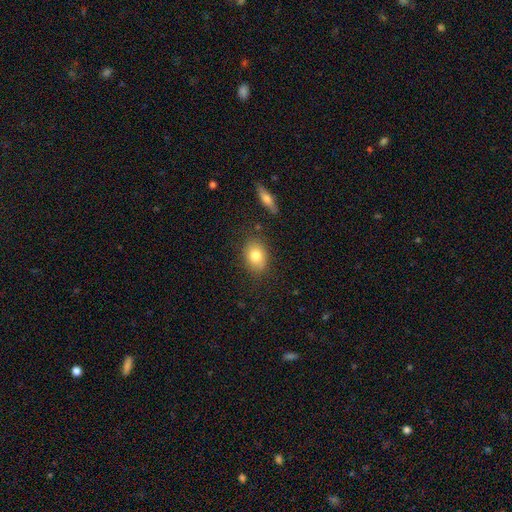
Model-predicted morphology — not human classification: Smooth or featured? Predicted: smooth (p=0.80). How rounded? Predicted: in between (p=0.68). Merging? Predicted: none (p=0.80).